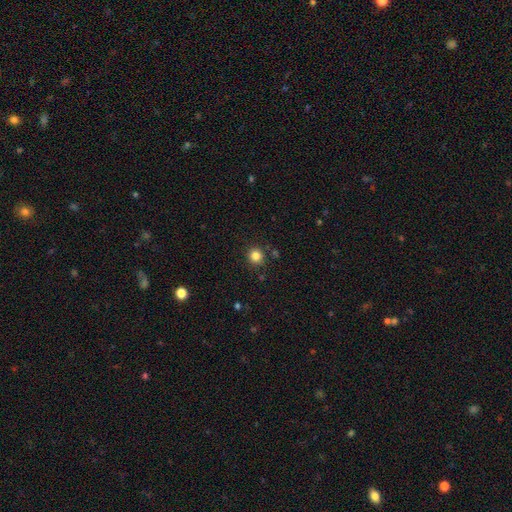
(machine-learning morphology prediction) This appears to be a smooth galaxy with no disk features (83%) that is round (92%). Merging: none (89%).